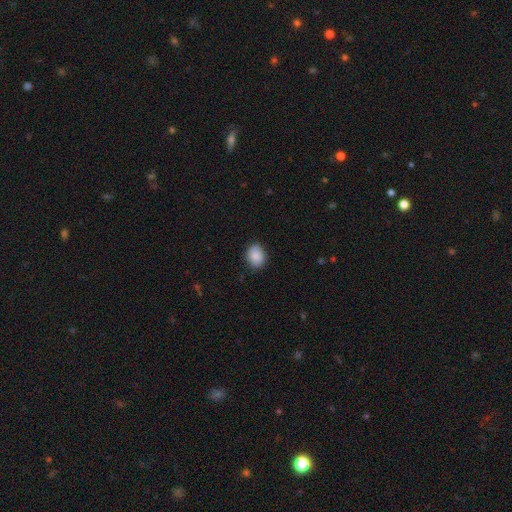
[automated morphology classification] A smooth galaxy with no disk features (81%) that is in between round and cigar-shaped (52%).

Vote fractions:
- Smooth or featured? smooth: 81% / featured or disk: 11% / star or artifact: 8%
- How rounded? in between: 52% / round: 47% / cigar-shaped: 1%
- Merging? none: 81% / minor disturbance: 15% / major disturbance: 3% / merger: 1%